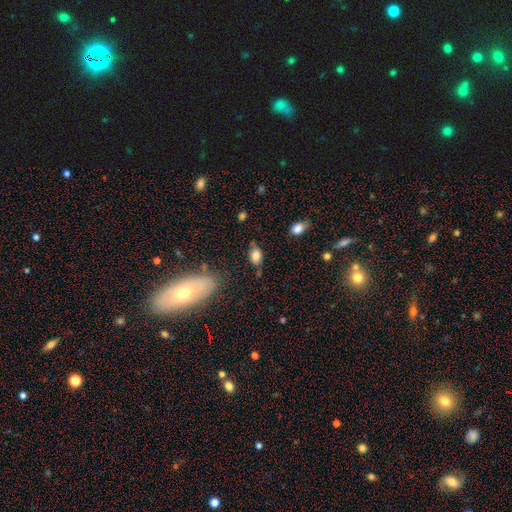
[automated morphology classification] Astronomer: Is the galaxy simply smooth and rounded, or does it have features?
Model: smooth — 79%.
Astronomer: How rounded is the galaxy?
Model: in between — 85%.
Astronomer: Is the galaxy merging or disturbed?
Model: none — 68%.